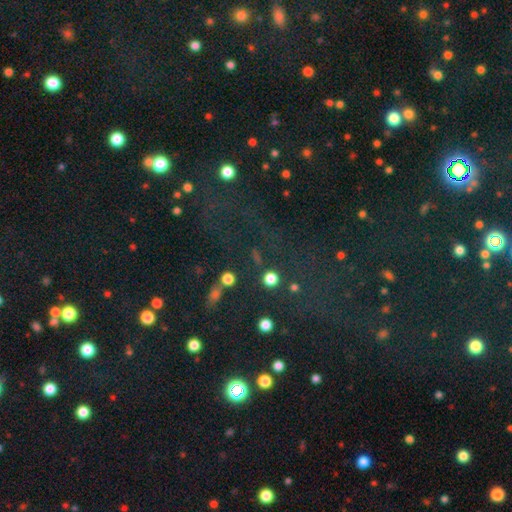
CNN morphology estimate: Smooth or featured? Predicted: star or artifact (p=0.65).